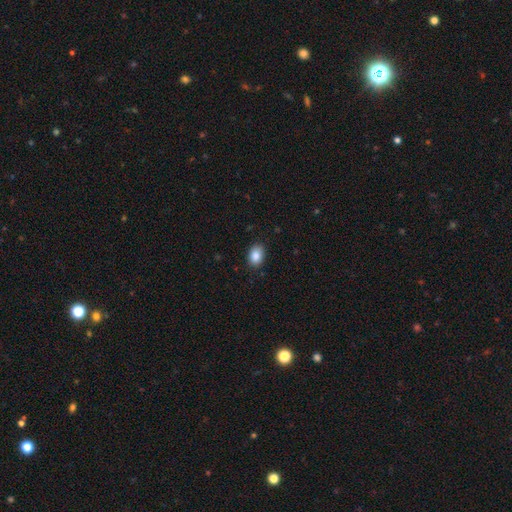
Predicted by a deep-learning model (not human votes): A smooth galaxy with no disk features (87%) that is in between round and cigar-shaped (78%). Merging: none (87%).